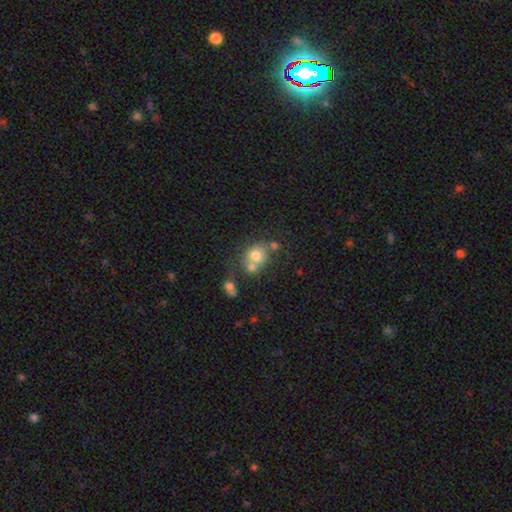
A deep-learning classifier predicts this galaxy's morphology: Smooth or featured?
  - smooth: 71% *
  - featured or disk: 17%
  - star or artifact: 11%
How rounded?
  - round: 66% *
  - in between: 33%
  - cigar-shaped: 1%
Merging?
  - none: 41% *
  - merger: 39%
  - minor disturbance: 13%
  - major disturbance: 7%